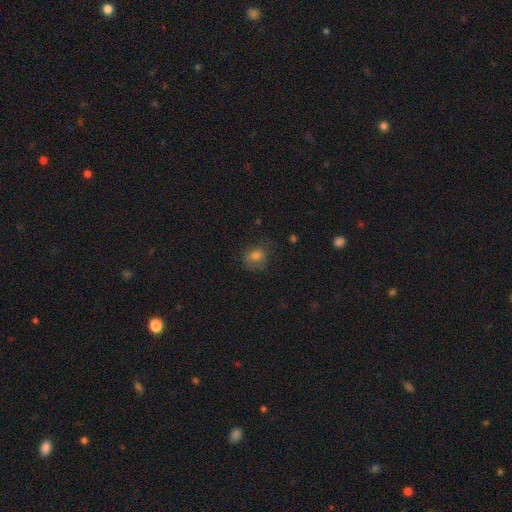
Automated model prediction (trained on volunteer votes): smooth-or-featured: smooth: 71% | star or artifact: 16% | featured or disk: 13%
  how-rounded: round: 61% | in between: 38% | cigar-shaped: 1%
  merging: none: 65% | minor disturbance: 23% | major disturbance: 11% | merger: 1%